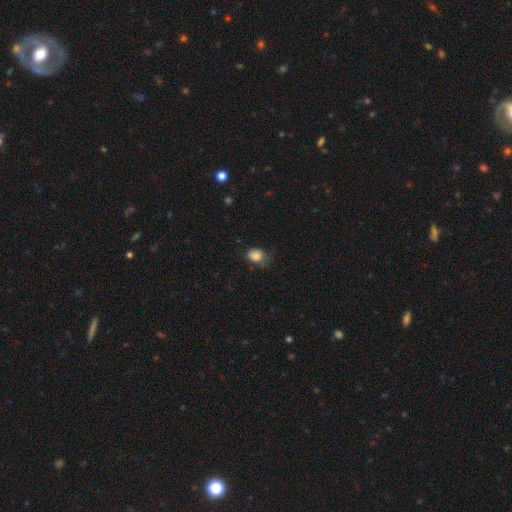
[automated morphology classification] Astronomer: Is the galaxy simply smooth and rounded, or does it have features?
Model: smooth — 83%.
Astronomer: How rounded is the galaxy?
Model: round — 50% (runner-up: in between, 49%).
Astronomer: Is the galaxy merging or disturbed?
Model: none — 53% (runner-up: minor disturbance, 32%).